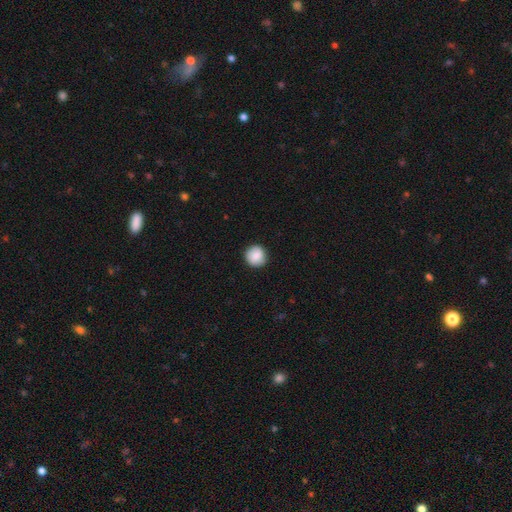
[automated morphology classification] A smooth galaxy with no disk features (84%) that is round (94%). Merging: none (88%).